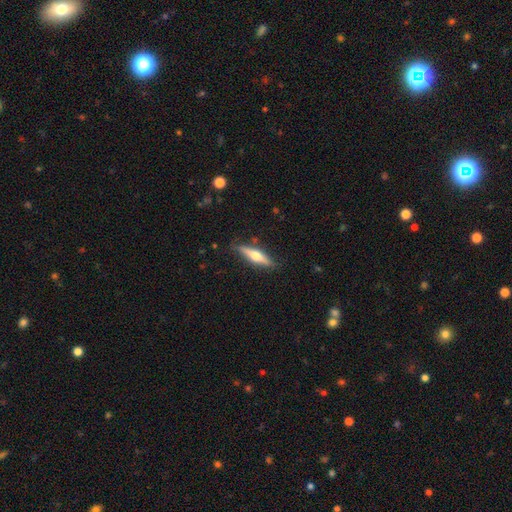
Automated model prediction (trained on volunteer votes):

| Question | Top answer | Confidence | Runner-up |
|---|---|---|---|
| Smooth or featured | featured or disk | 57% | smooth (38%) |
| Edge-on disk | yes | 94% | no (6%) |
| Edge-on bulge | rounded | 93% | boxy (4%) |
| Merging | none | 85% | minor disturbance (11%) |